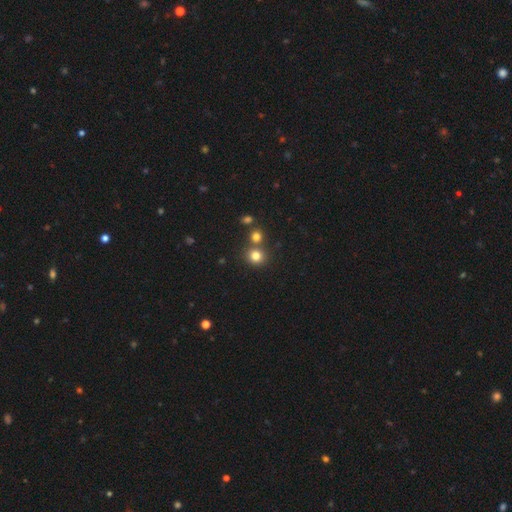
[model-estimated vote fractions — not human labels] Smooth or featured? smooth (79%)
How rounded? round (87%)
Merging? none (68%)